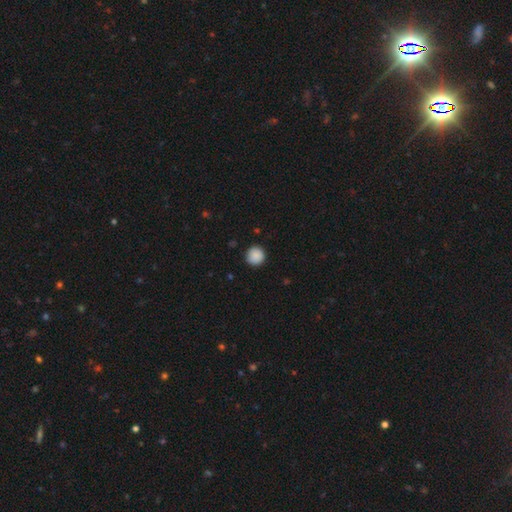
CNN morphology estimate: Q: Smooth or featured?
A: smooth (89%); runner-up: star or artifact (8%)
Q: How rounded?
A: round (95%); runner-up: in between (4%)
Q: Merging?
A: none (91%); runner-up: minor disturbance (6%)